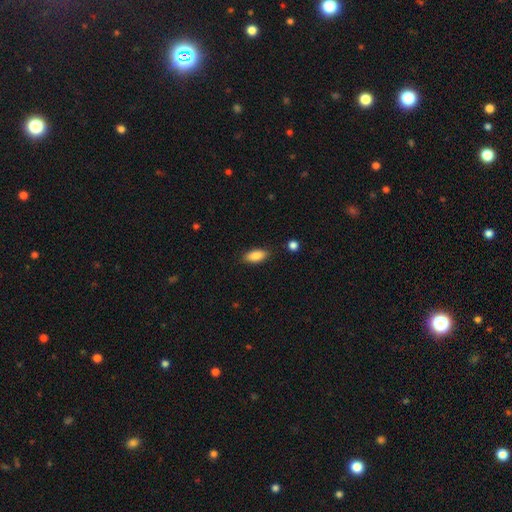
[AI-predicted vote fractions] Q: Smooth or featured?
A: smooth (87%); runner-up: star or artifact (7%)
Q: How rounded?
A: in between (87%); runner-up: cigar-shaped (10%)
Q: Merging?
A: none (83%); runner-up: minor disturbance (12%)